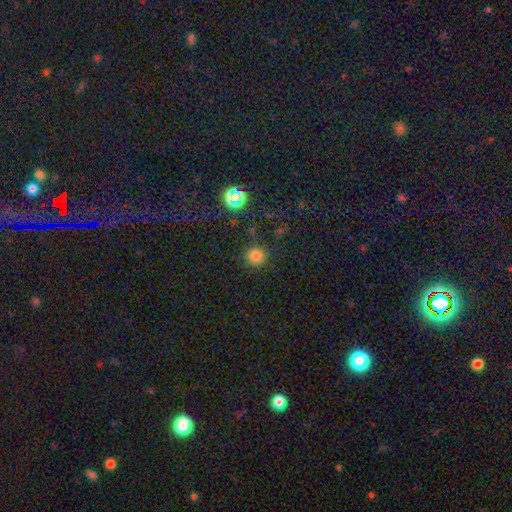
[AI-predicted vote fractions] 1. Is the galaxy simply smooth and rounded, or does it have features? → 77% smooth, 19% star or artifact, 5% featured or disk.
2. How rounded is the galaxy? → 92% round, 7% in between, 1% cigar-shaped.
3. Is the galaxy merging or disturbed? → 87% none, 8% minor disturbance, 3% major disturbance, 2% merger.